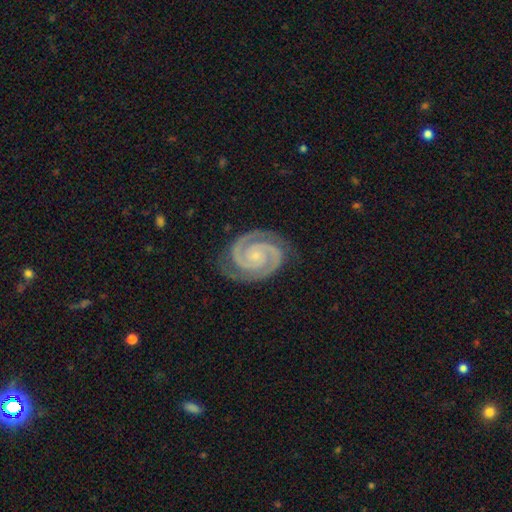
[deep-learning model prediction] A featured or disk galaxy (94%) with no bar (72%), 2 (94%) tight (76%) spiral arms (99%) and a small central bulge (72%). Merging: none (86%).